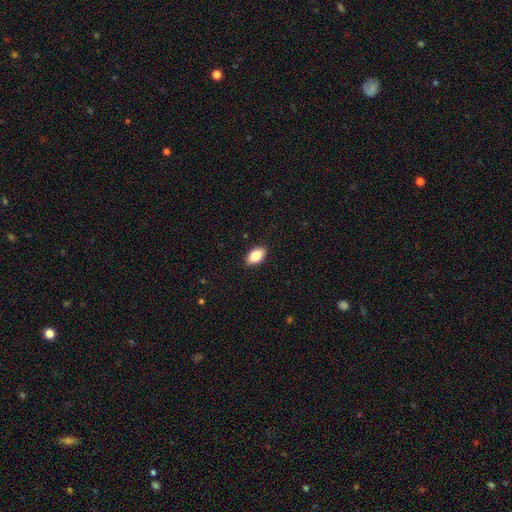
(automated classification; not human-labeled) smooth 84%, featured or disk 9%, star or artifact 7%. Down the decision tree: how rounded — in between (92%); merging — none (89%).